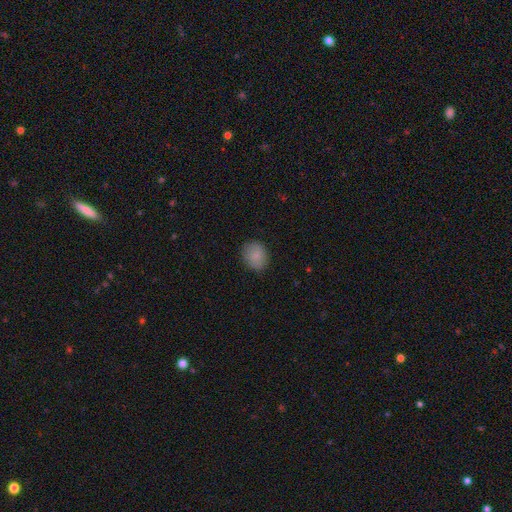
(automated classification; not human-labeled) Smooth or featured?
  - smooth: 86% *
  - star or artifact: 8%
  - featured or disk: 7%
How rounded?
  - round: 54% *
  - in between: 45%
  - cigar-shaped: 1%
Merging?
  - none: 84% *
  - minor disturbance: 13%
  - major disturbance: 3%
  - merger: 1%